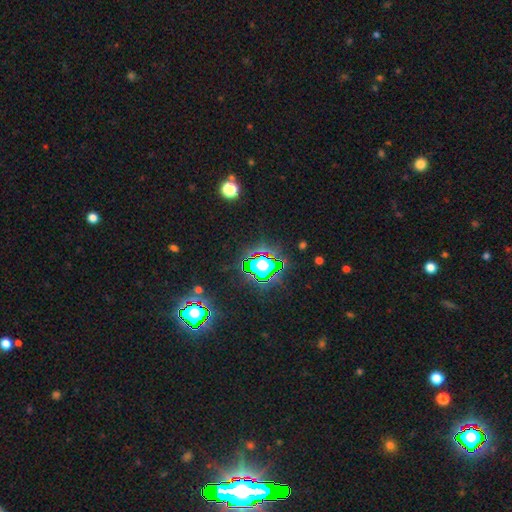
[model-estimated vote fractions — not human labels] Smooth or featured? Predicted: star or artifact (p=0.78).